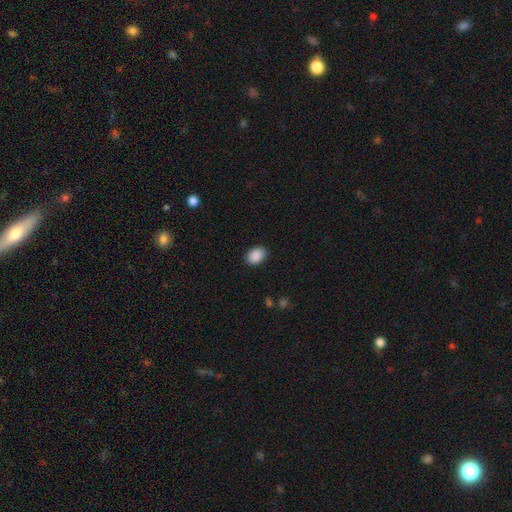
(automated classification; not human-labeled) Q: Smooth or featured?
A: smooth (90%); runner-up: star or artifact (7%)
Q: How rounded?
A: in between (78%); runner-up: round (21%)
Q: Merging?
A: none (88%); runner-up: minor disturbance (9%)